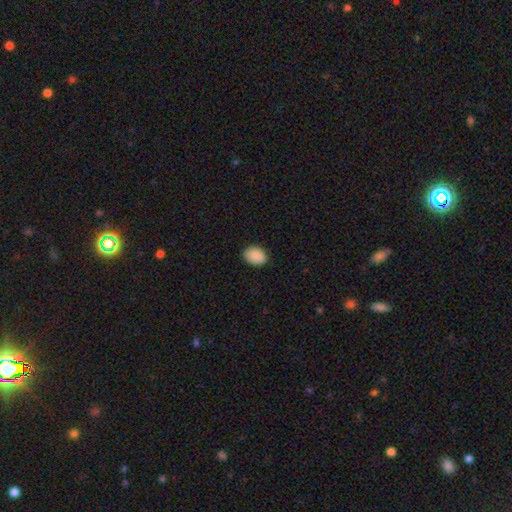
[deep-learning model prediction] Smooth or featured? Predicted: smooth (p=0.90). How rounded? Predicted: in between (p=0.67). Merging? Predicted: none (p=0.82).